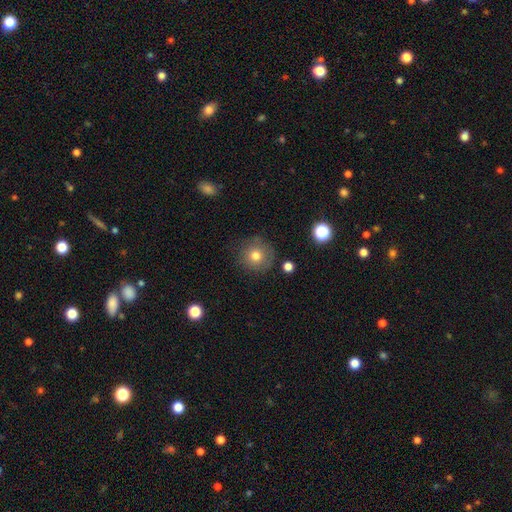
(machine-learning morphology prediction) Smooth or featured?
  - smooth: 76% *
  - featured or disk: 12%
  - star or artifact: 12%
How rounded?
  - round: 94% *
  - in between: 5%
  - cigar-shaped: 1%
Merging?
  - none: 81% *
  - minor disturbance: 13%
  - major disturbance: 4%
  - merger: 2%